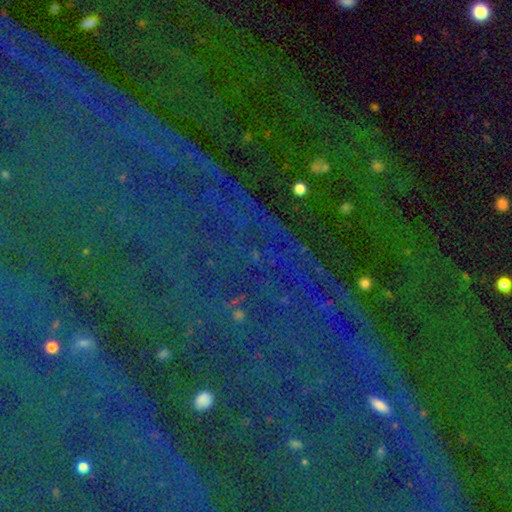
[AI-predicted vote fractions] smooth-or-featured: star or artifact: 83% | smooth: 9% | featured or disk: 8%